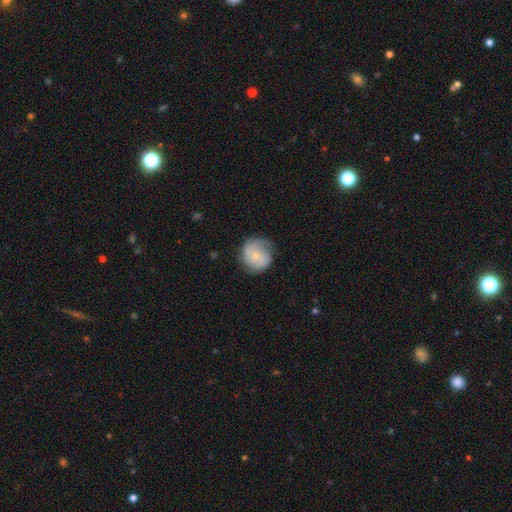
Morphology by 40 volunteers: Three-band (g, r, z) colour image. It shows a featured or disk galaxy (65%) with no bar (76%), 2 (61%) tight (48%, tied with medium) spiral arms (92%) and a moderate central bulge (64%). Merging: none (82%).